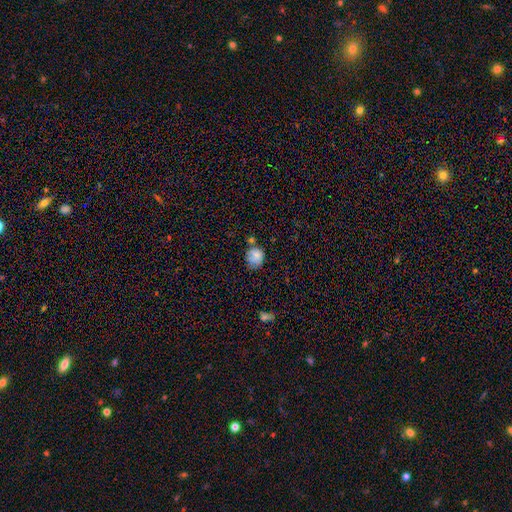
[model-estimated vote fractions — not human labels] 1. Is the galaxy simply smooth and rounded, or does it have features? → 79% smooth, 10% star or artifact, 10% featured or disk.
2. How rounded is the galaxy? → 69% round, 30% in between, 1% cigar-shaped.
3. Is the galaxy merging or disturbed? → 56% none, 25% minor disturbance, 12% merger, 7% major disturbance.